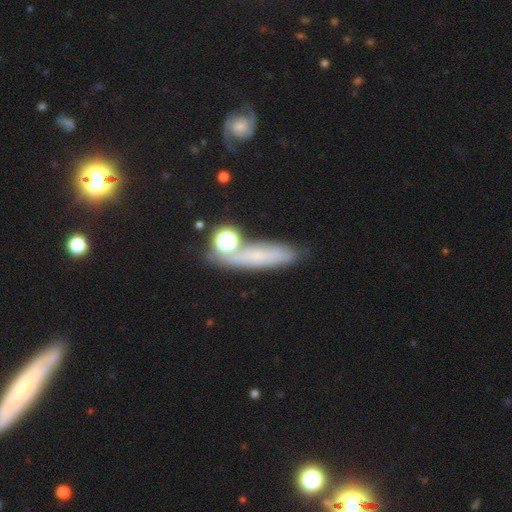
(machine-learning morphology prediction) Smooth or featured? smooth (51%)
How rounded? cigar-shaped (62%)
Merging? none (62%)